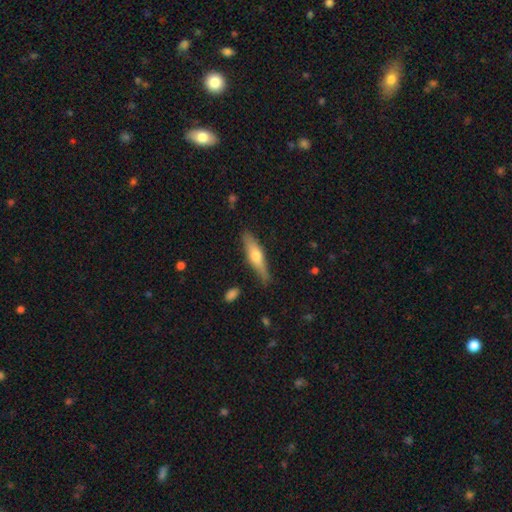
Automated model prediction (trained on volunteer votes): Morphology: type=smooth (48%); merging=none (80%).